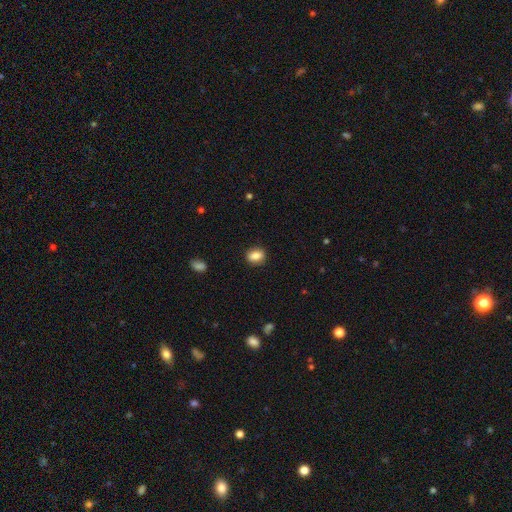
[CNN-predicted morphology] Q: Smooth or featured?
A: smooth (84%); runner-up: star or artifact (8%)
Q: How rounded?
A: in between (67%); runner-up: round (30%)
Q: Merging?
A: none (86%); runner-up: minor disturbance (10%)